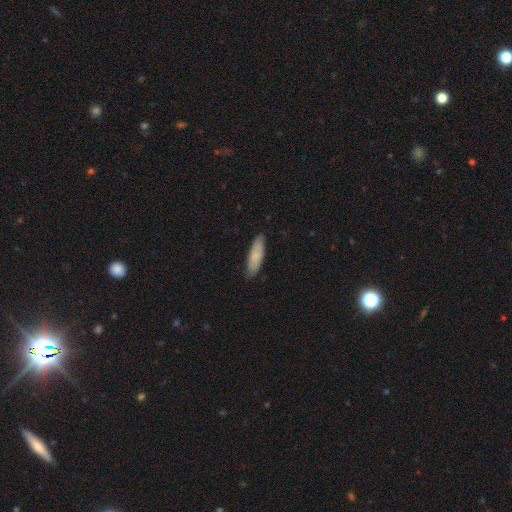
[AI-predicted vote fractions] smooth 80%, featured or disk 15%, star or artifact 5%. Down the decision tree: how rounded — cigar-shaped (50%); merging — none (84%).